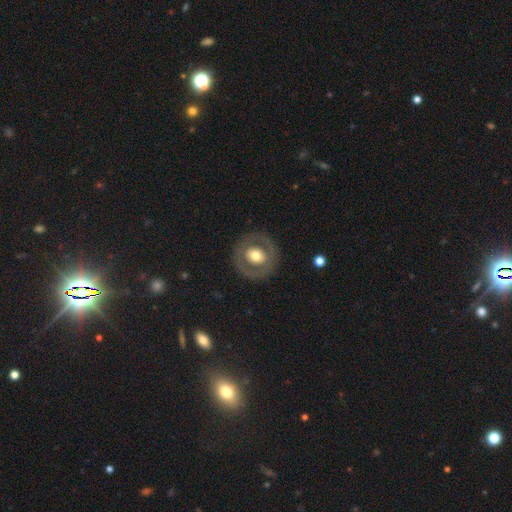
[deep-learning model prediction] Morphology: type=featured or disk (48%); merging=none (85%).